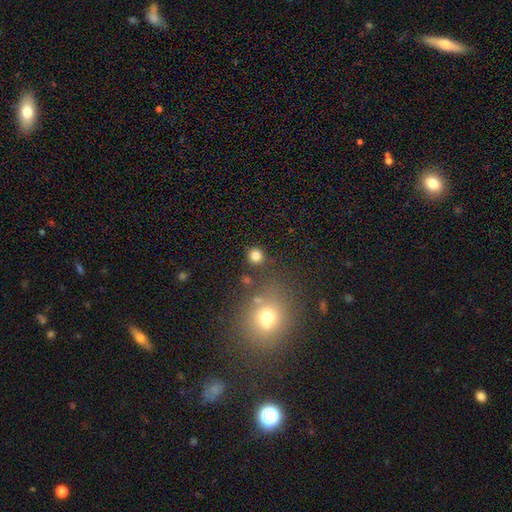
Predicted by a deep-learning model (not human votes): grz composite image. It shows a smooth galaxy with no disk features (81%) that is round (87%). Merging: none (83%).